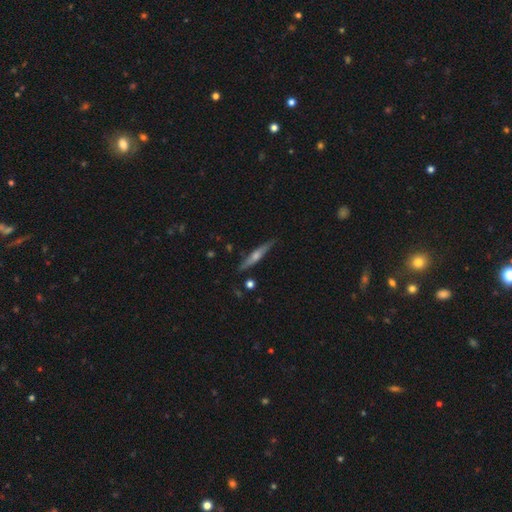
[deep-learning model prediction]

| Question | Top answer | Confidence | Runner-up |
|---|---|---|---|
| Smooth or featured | featured or disk | 65% | smooth (28%) |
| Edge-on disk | yes | 96% | no (4%) |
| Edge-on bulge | rounded | 80% | none (13%) |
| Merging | none | 86% | minor disturbance (11%) |